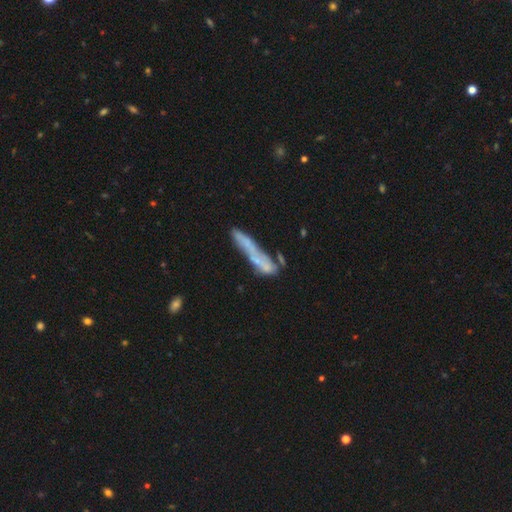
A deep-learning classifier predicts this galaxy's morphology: This is marginally a smooth galaxy (45%). Merging: marginally none (44%).